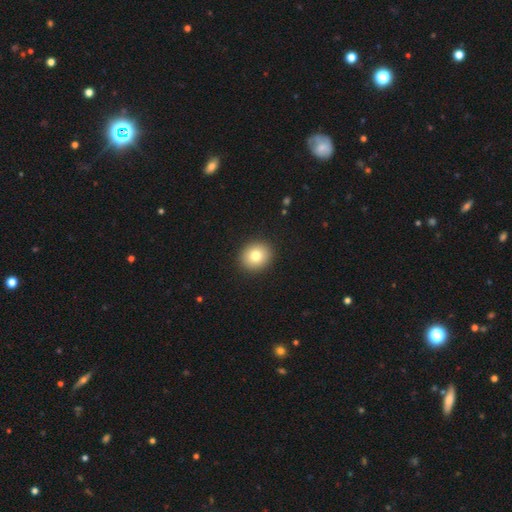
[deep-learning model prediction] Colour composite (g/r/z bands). It shows a smooth galaxy with no disk features (80%) that is round (80%). Merging: none (92%).